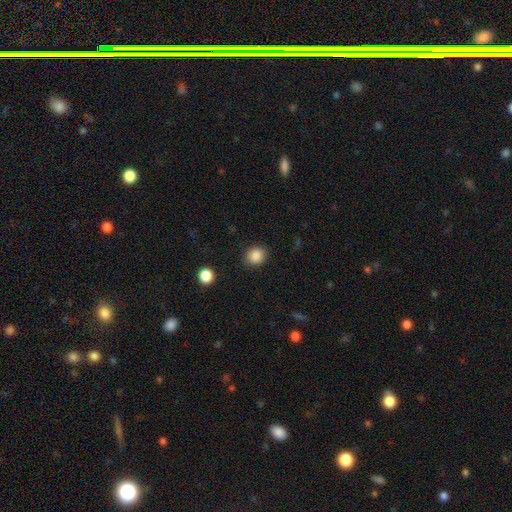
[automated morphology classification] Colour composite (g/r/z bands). It shows a smooth galaxy with no disk features (87%) that is round (77%). Merging: none (88%).